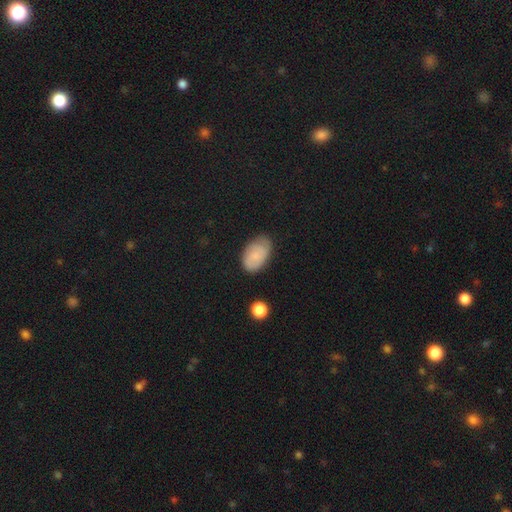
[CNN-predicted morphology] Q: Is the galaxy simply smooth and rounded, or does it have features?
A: smooth — 78%.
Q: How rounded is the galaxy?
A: in between — 93%.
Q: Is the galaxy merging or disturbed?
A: none — 68%.